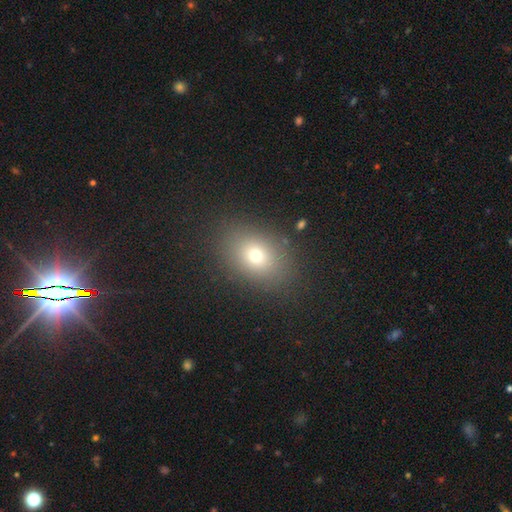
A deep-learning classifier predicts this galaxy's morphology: Q: Smooth or featured?
A: smooth (72%); runner-up: star or artifact (16%)
Q: How rounded?
A: in between (65%); runner-up: round (34%)
Q: Merging?
A: none (85%); runner-up: minor disturbance (9%)